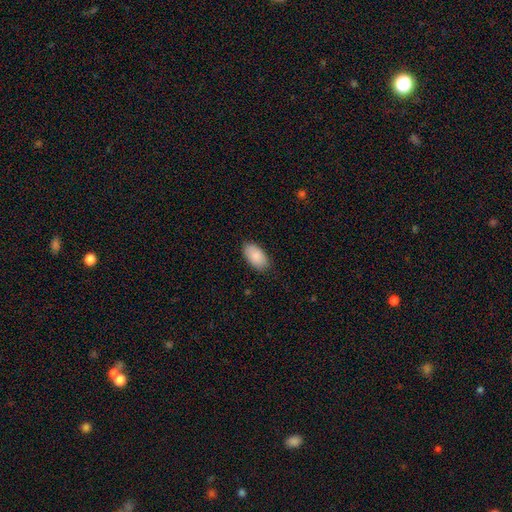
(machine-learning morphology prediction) This appears to be a smooth galaxy with no disk features (87%) that is in between round and cigar-shaped (95%). Merging: none (84%).